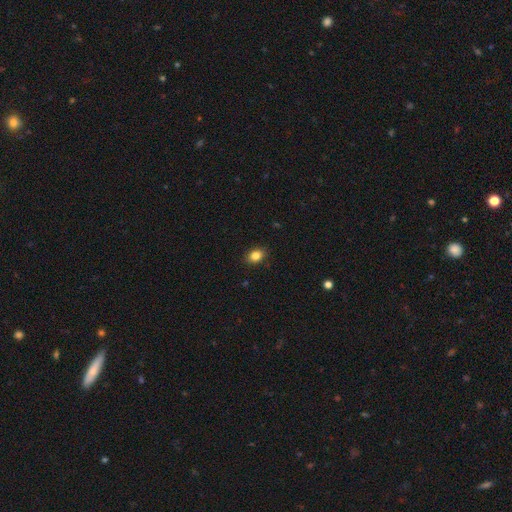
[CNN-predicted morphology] A smooth galaxy with no disk features (85%) that is in between round and cigar-shaped (66%).

Vote fractions:
- Smooth or featured? smooth: 85% / star or artifact: 10% / featured or disk: 5%
- How rounded? in between: 66% / round: 33% / cigar-shaped: 1%
- Merging? none: 89% / minor disturbance: 8% / major disturbance: 2% / merger: 1%